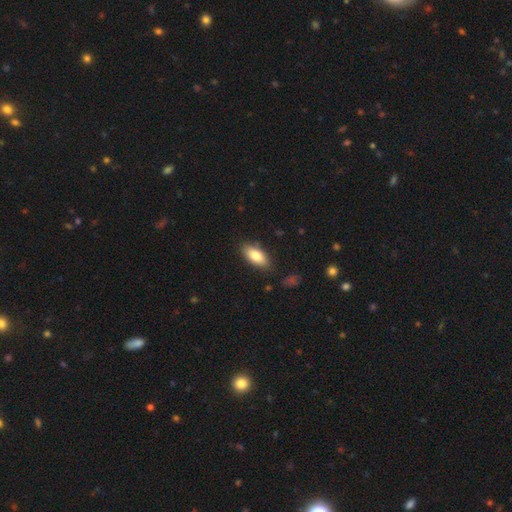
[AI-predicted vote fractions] Smooth or featured? smooth (82%)
How rounded? in between (88%)
Merging? none (83%)